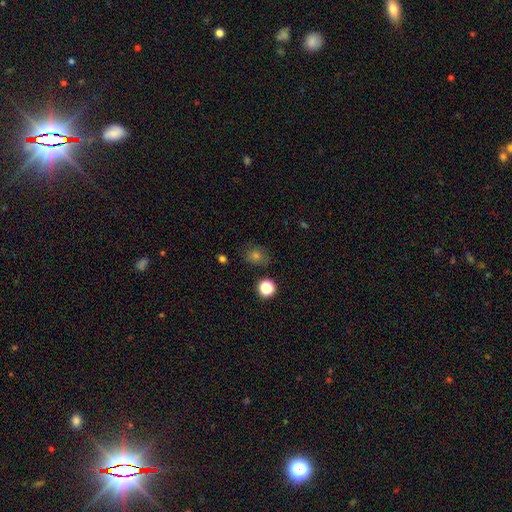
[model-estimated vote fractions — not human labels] smooth-or-featured: smooth: 64% | star or artifact: 25% | featured or disk: 11%
  how-rounded: round: 65% | in between: 34% | cigar-shaped: 1%
  merging: none: 80% | minor disturbance: 13% | major disturbance: 4% | merger: 3%